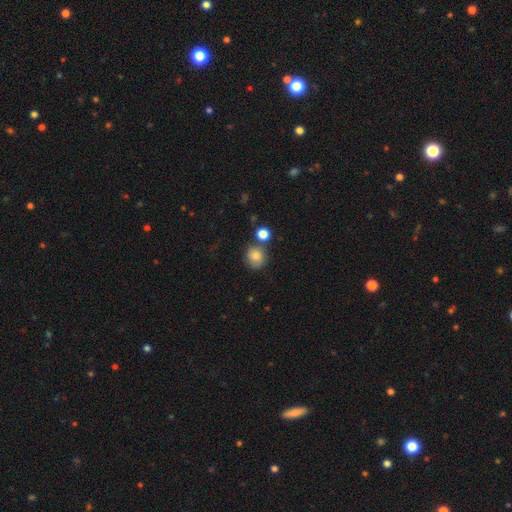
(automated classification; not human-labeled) Morphology: type=smooth (78%); roundness=round (84%); merging=none (68%).